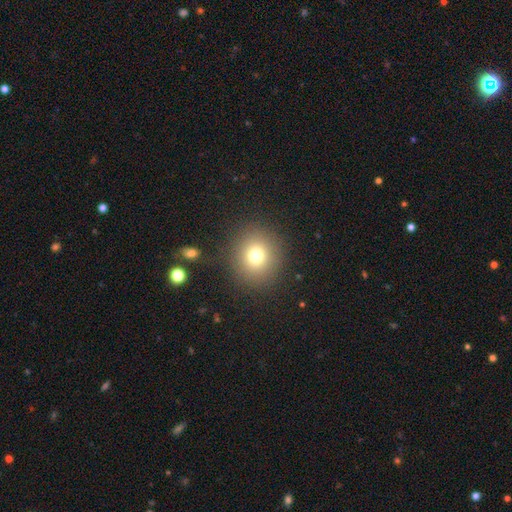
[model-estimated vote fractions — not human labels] This appears to be a smooth galaxy with no disk features (74%) that is round (89%). Merging: none (88%).